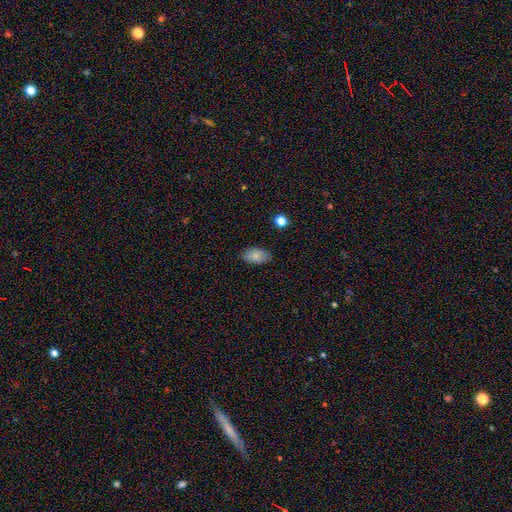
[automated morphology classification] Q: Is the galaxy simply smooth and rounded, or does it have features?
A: smooth — 84%.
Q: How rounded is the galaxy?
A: in between — 93%.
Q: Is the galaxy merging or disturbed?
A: none — 85%.